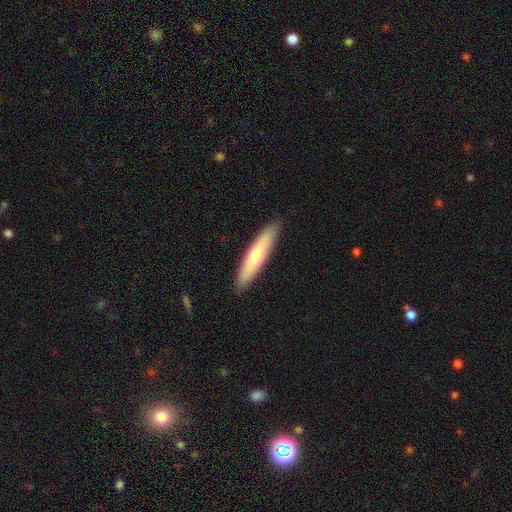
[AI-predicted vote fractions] Q: Smooth or featured?
A: smooth (63%); runner-up: featured or disk (32%)
Q: How rounded?
A: cigar-shaped (84%); runner-up: in between (15%)
Q: Merging?
A: none (90%); runner-up: minor disturbance (7%)